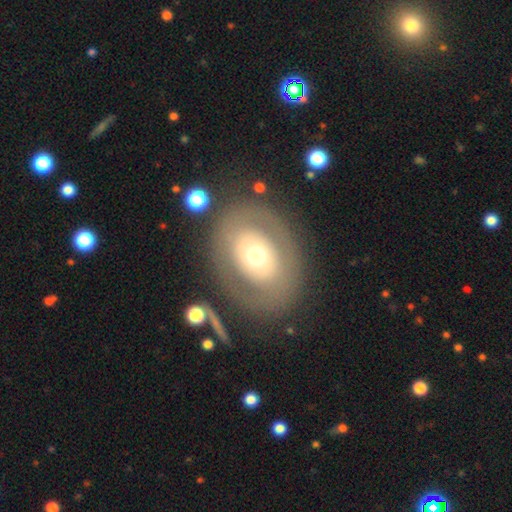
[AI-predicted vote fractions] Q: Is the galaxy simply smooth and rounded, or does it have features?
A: featured or disk — 53%.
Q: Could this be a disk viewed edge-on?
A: no — 93%.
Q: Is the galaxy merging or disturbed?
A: none — 78%.